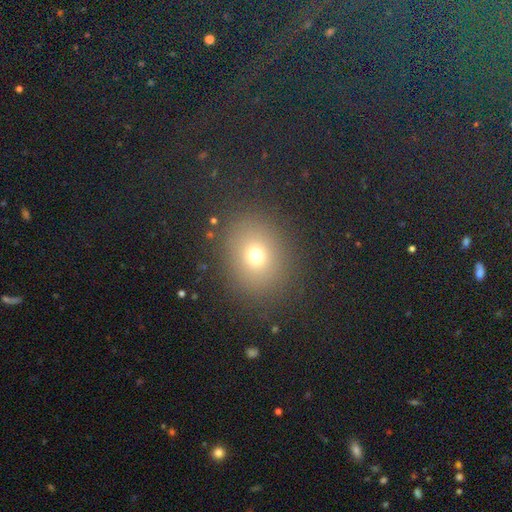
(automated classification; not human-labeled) smooth 71%, star or artifact 19%, featured or disk 10%. Down the decision tree: how rounded — round (64%); merging — none (86%).